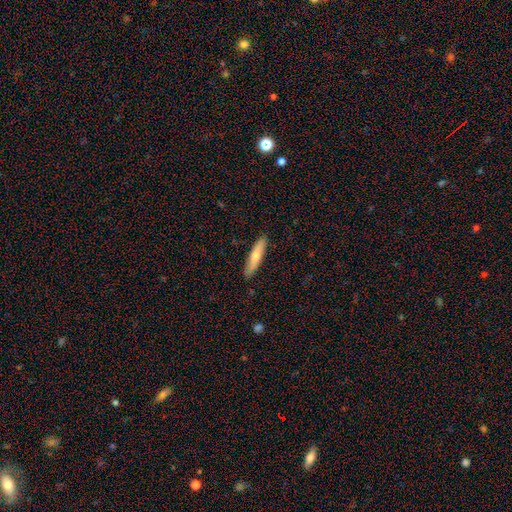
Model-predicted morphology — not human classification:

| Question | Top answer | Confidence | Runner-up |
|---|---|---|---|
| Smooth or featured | smooth | 66% | featured or disk (28%) |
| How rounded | cigar-shaped | 85% | in between (14%) |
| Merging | none | 89% | minor disturbance (8%) |